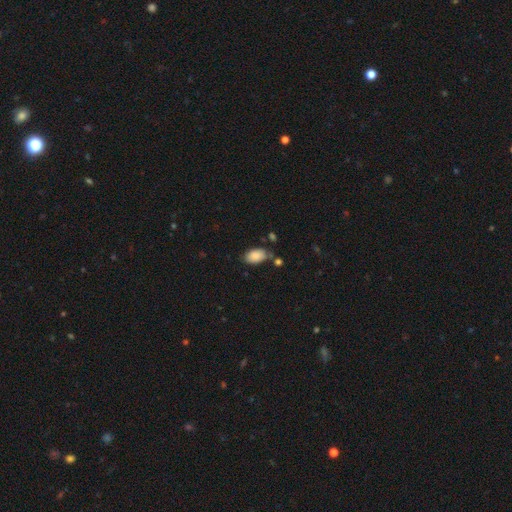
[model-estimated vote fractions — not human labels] smooth-or-featured: smooth: 87% | star or artifact: 7% | featured or disk: 6%
  how-rounded: in between: 93% | round: 5% | cigar-shaped: 2%
  merging: none: 68% | minor disturbance: 18% | merger: 9% | major disturbance: 5%